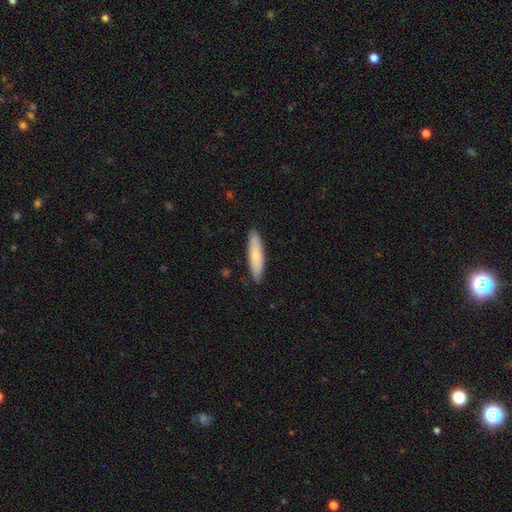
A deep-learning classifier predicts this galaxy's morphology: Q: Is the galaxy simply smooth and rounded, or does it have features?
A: smooth — 73%.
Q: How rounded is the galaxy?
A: cigar-shaped — 74%.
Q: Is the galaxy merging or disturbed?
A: none — 87%.